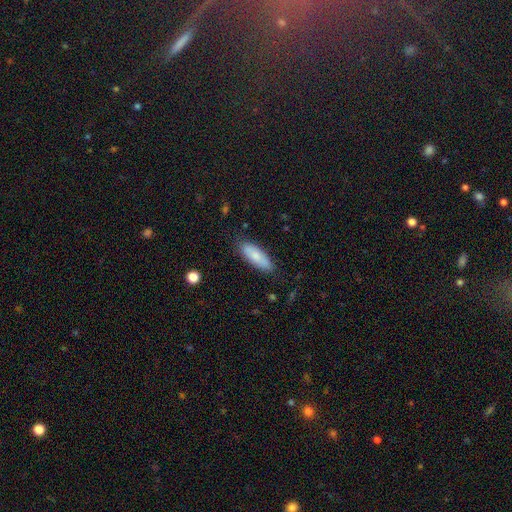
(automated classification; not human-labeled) smooth-or-featured: smooth: 78% | featured or disk: 16% | star or artifact: 6%
  how-rounded: in between: 61% | cigar-shaped: 37% | round: 2%
  merging: none: 83% | minor disturbance: 13% | major disturbance: 3% | merger: 1%